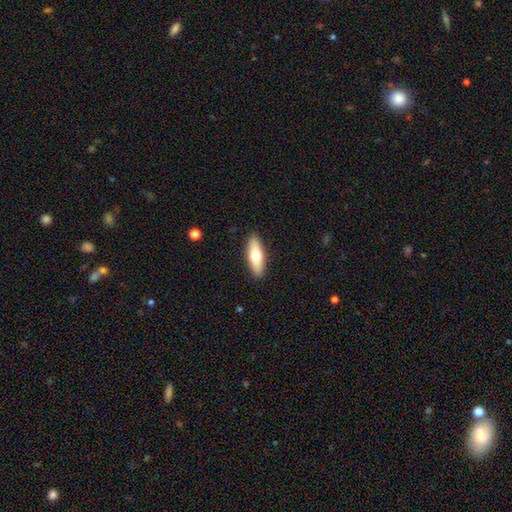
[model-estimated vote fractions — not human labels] Smooth or featured?
  - smooth: 64% *
  - featured or disk: 30%
  - star or artifact: 6%
How rounded?
  - in between: 58% *
  - cigar-shaped: 39%
  - round: 3%
Merging?
  - none: 90% *
  - minor disturbance: 7%
  - major disturbance: 2%
  - merger: 1%